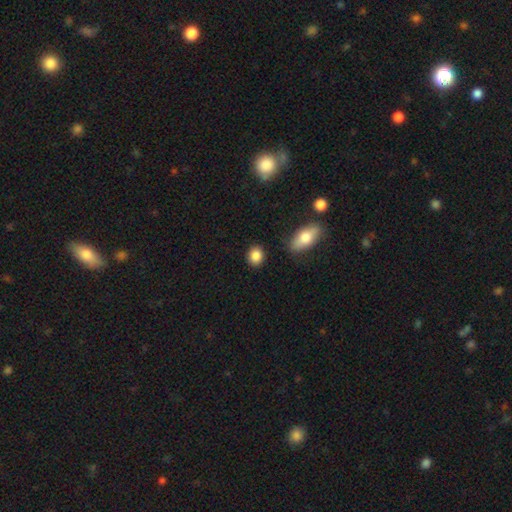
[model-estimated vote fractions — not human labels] A smooth galaxy with no disk features (87%) that is round (65%). Merging: none (87%).